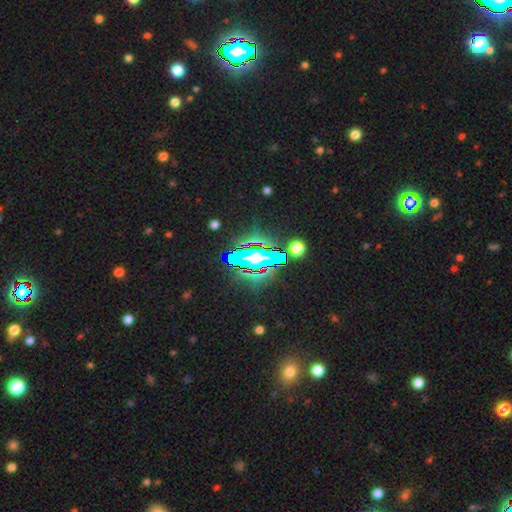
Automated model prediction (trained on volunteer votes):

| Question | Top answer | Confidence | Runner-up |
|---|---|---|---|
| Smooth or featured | star or artifact | 81% | smooth (10%) |